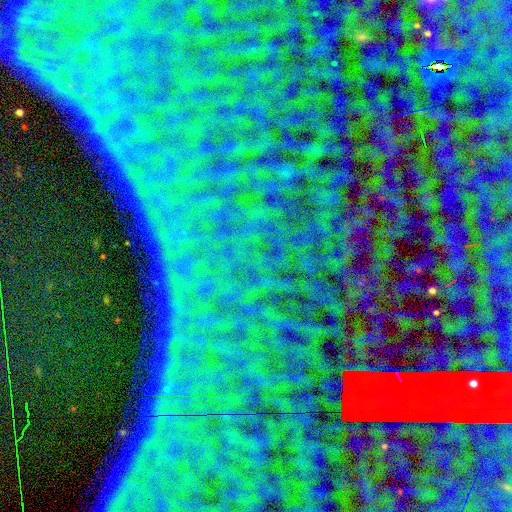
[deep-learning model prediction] Smooth or featured: star or artifact — 85% (featured or disk — 7%)